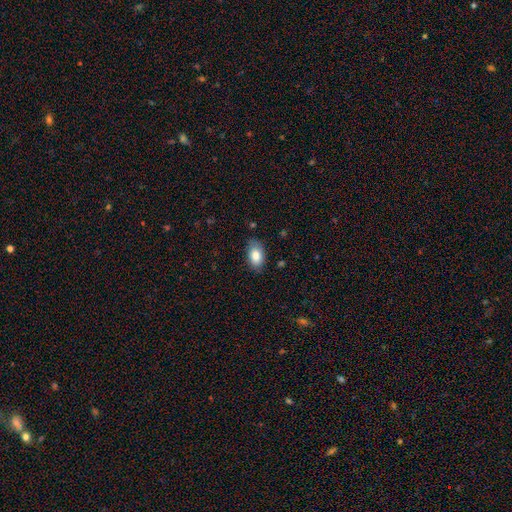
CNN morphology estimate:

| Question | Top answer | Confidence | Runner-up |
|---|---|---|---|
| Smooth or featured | smooth | 84% | featured or disk (9%) |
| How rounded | in between | 92% | round (6%) |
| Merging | none | 80% | minor disturbance (16%) |